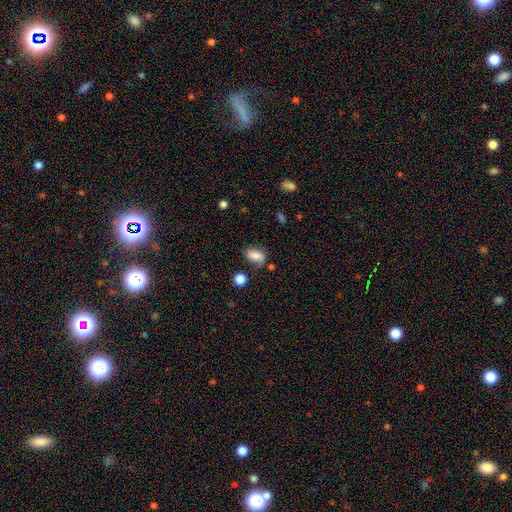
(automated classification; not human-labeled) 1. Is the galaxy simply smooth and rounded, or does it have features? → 77% smooth, 13% featured or disk, 9% star or artifact.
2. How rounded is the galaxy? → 83% in between, 14% round, 3% cigar-shaped.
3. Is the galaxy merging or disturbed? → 62% none, 24% minor disturbance, 7% major disturbance, 6% merger.